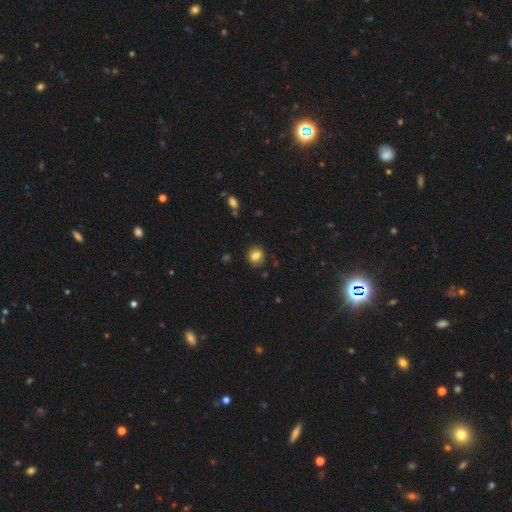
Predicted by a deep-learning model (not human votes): This appears to be a smooth galaxy with no disk features (80%) that is round (68%). Merging: none (86%).